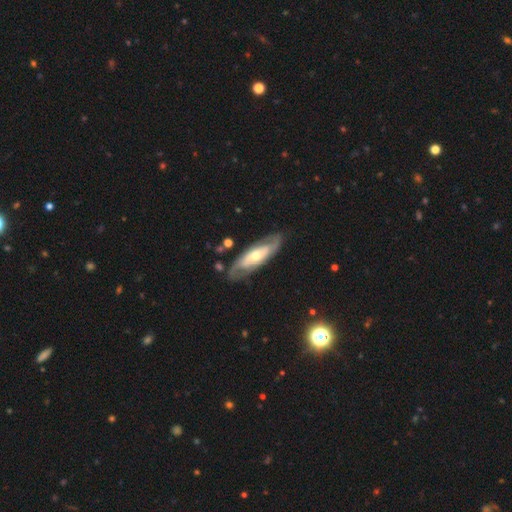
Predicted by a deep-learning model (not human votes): Morphology: type=featured or disk (71%); edge-on=no (81%); bar=no (67%); spiral arms=yes (73%); bulge=moderate (57%); merging=none (78%).